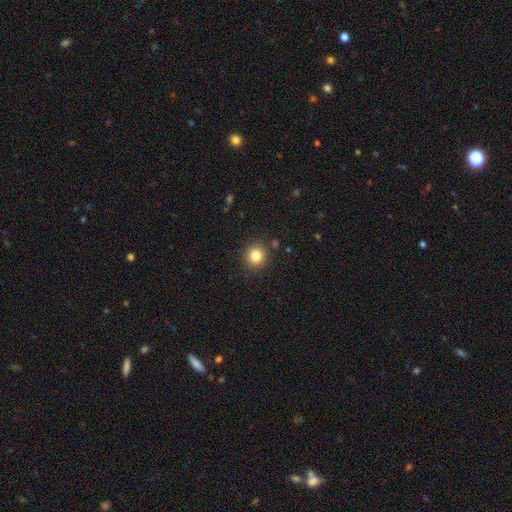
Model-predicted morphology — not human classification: The model was most divided on "smooth or featured": smooth: 82%, star or artifact: 12%, featured or disk: 7%. More confident: how rounded — round (89%); merging — none (89%).